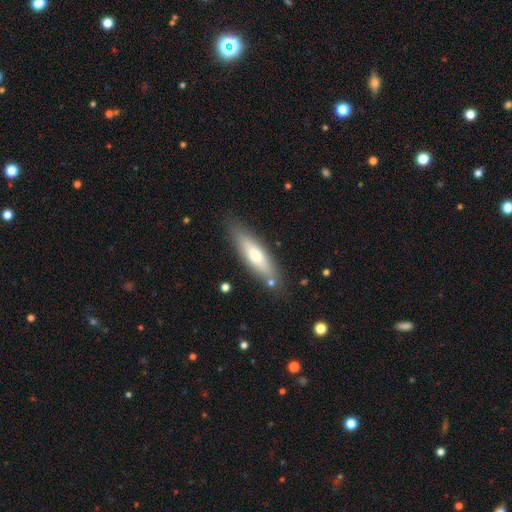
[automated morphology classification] This is likely a smooth galaxy (64%). How rounded: likely cigar-shaped (65%). Merging: clearly none (82%).